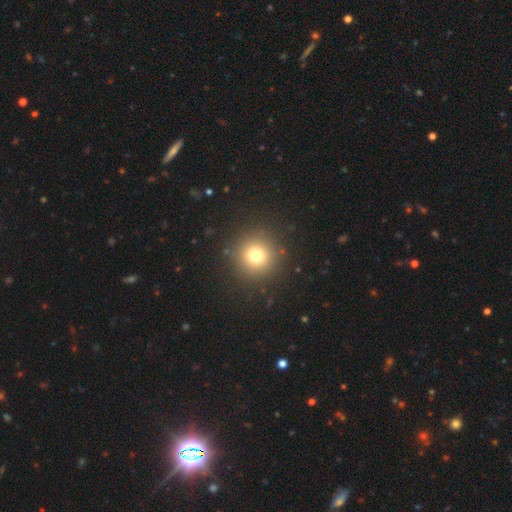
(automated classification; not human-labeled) Morphology: type=smooth (75%); roundness=round (94%); merging=none (89%).